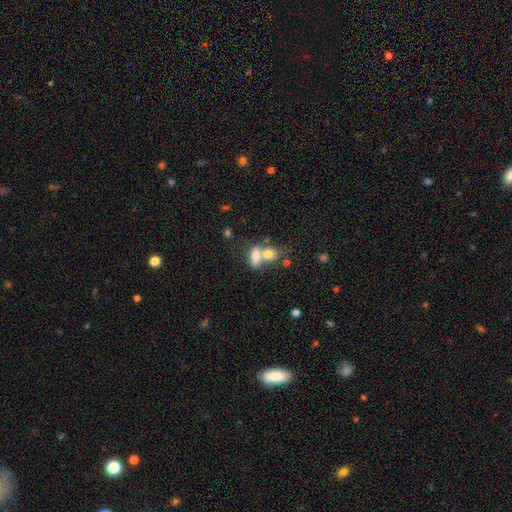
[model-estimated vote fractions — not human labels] smooth_or_featured: smooth (p=0.74) [alt: featured or disk p=0.17]
how_rounded: in between (p=0.78) [alt: round p=0.14]
merging: merger (p=0.63) [alt: none p=0.24]